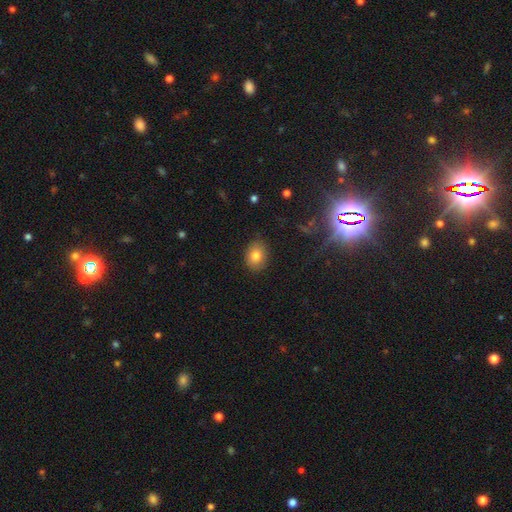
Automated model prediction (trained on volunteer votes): Overall: smooth (80%). How rounded: in between (60%; round 39%). Merging: none (84%).